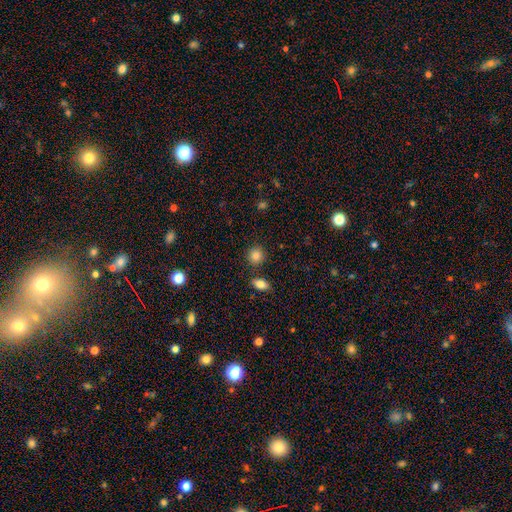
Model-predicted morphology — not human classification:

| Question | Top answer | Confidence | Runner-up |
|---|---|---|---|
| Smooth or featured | smooth | 84% | star or artifact (10%) |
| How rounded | round | 86% | in between (13%) |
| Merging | none | 85% | minor disturbance (7%) |